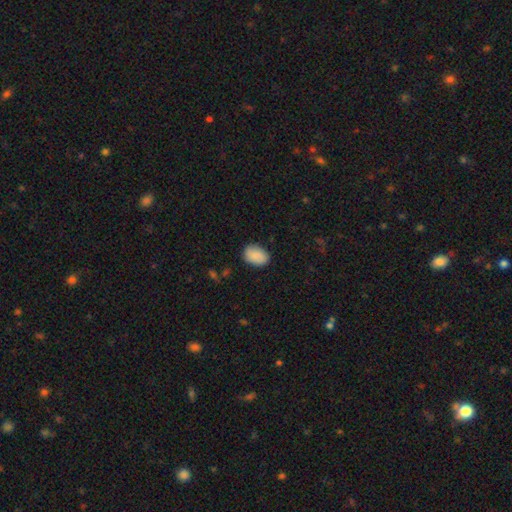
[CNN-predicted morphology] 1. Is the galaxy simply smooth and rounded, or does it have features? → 87% smooth, 7% star or artifact, 6% featured or disk.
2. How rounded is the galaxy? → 82% in between, 17% round, 1% cigar-shaped.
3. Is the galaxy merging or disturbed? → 84% none, 13% minor disturbance, 3% major disturbance, 1% merger.